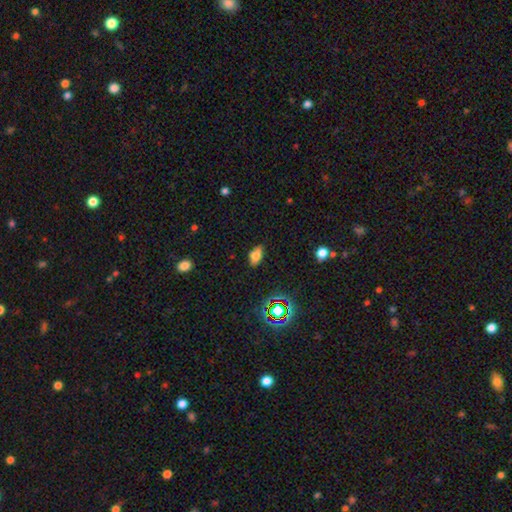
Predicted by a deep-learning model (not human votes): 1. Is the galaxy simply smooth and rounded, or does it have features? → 71% smooth, 15% featured or disk, 14% star or artifact.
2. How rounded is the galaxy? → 86% in between, 7% round, 6% cigar-shaped.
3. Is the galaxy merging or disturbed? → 78% none, 17% minor disturbance, 3% major disturbance, 2% merger.